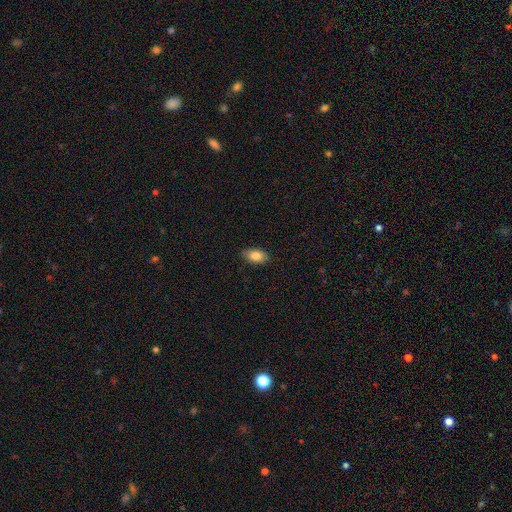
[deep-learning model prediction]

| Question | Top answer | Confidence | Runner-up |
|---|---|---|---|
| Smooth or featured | smooth | 84% | featured or disk (9%) |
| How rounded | in between | 91% | round (5%) |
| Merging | none | 86% | minor disturbance (11%) |